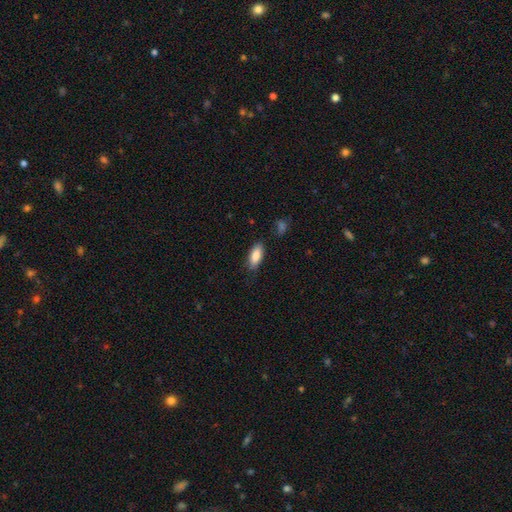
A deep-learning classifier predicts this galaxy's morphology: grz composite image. It shows a smooth galaxy with no disk features (86%) that is in between round and cigar-shaped (80%). Merging: none (80%).